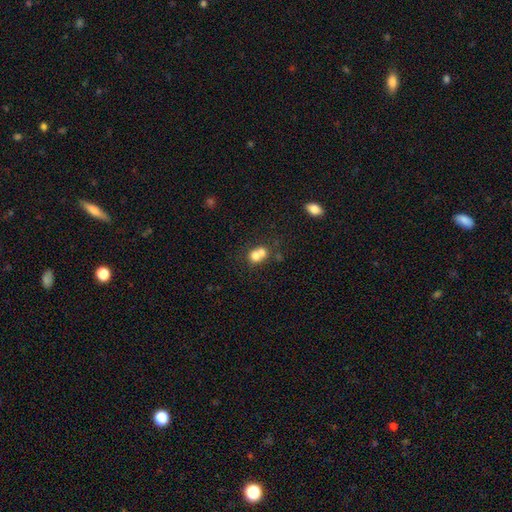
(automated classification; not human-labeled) Overall: smooth (71%). How rounded: round (74%). Merging: merger (62%; none 29%).